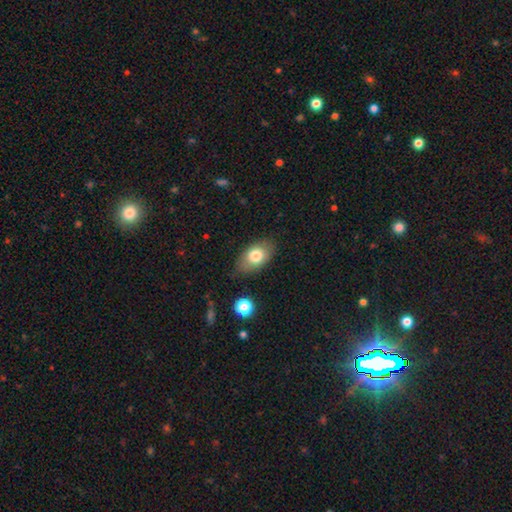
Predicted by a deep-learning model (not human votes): Smooth or featured?
  - smooth: 76% *
  - featured or disk: 16%
  - star or artifact: 8%
How rounded?
  - in between: 88% *
  - round: 10%
  - cigar-shaped: 2%
Merging?
  - none: 76% *
  - minor disturbance: 17%
  - major disturbance: 4%
  - merger: 2%